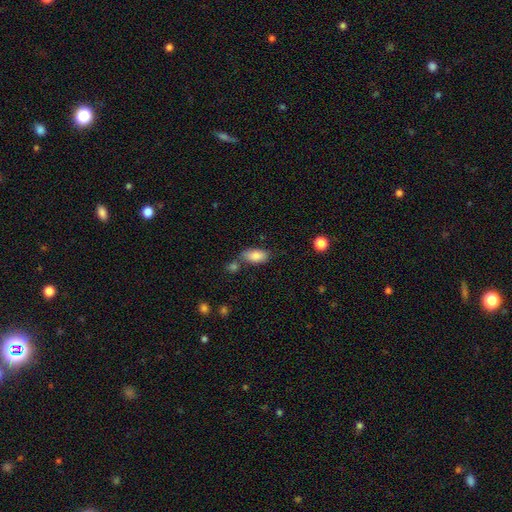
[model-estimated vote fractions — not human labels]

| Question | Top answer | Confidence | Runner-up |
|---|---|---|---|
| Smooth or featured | smooth | 84% | featured or disk (8%) |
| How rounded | in between | 92% | cigar-shaped (4%) |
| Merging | none | 60% | minor disturbance (19%) |